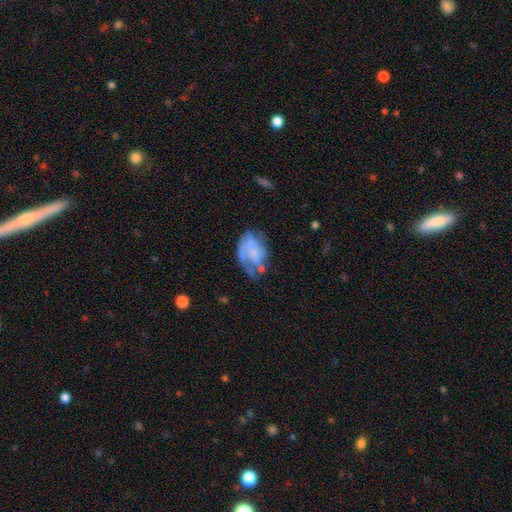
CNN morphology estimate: Smooth or featured? featured or disk (52%)
Edge-on disk? no (97%)
Bar? no (81%)
Spiral arms? yes (54%)
Bulge size? none (62%)
Merging? none (35%)